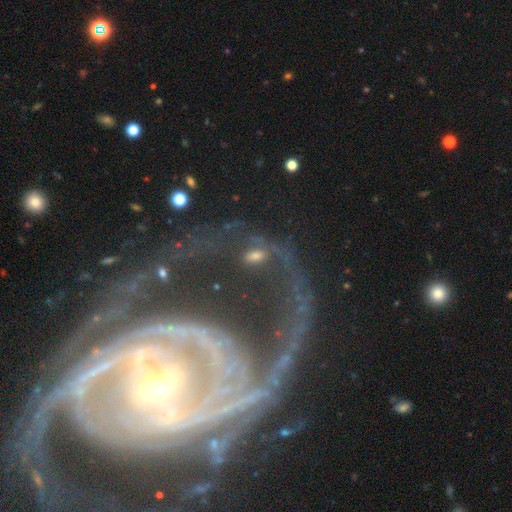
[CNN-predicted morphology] Overall: featured or disk (55%; star or artifact 23%). Edge-on disk: no (90%). Merging: none (40%; major disturbance 29%).